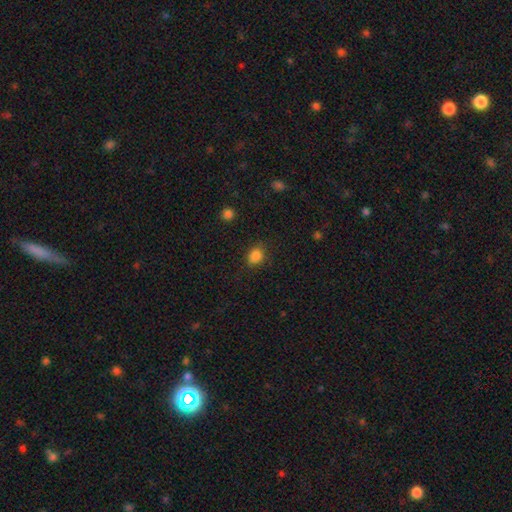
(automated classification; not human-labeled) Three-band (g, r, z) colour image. It shows a smooth galaxy with no disk features (84%) that is round (55%). Merging: none (80%).